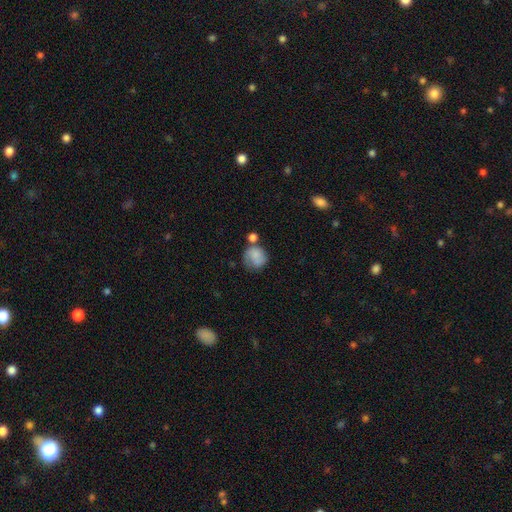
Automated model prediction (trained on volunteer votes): Smooth or featured? Predicted: smooth (p=0.74). How rounded? Predicted: round (p=0.80). Merging? Predicted: none (p=0.44).